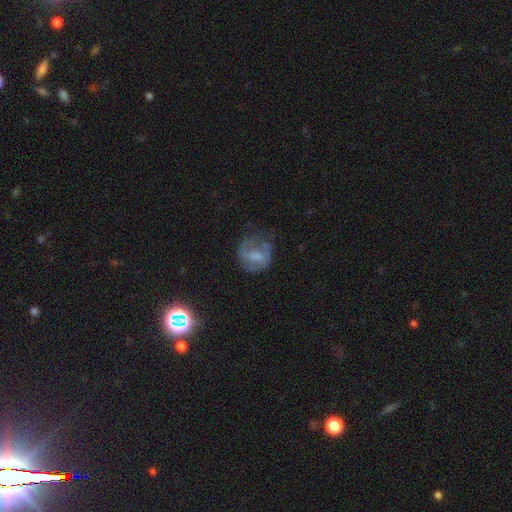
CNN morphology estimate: smooth-or-featured: smooth: 46% | featured or disk: 44% | star or artifact: 10%
  merging: none: 45% | major disturbance: 27% | minor disturbance: 26% | merger: 2%